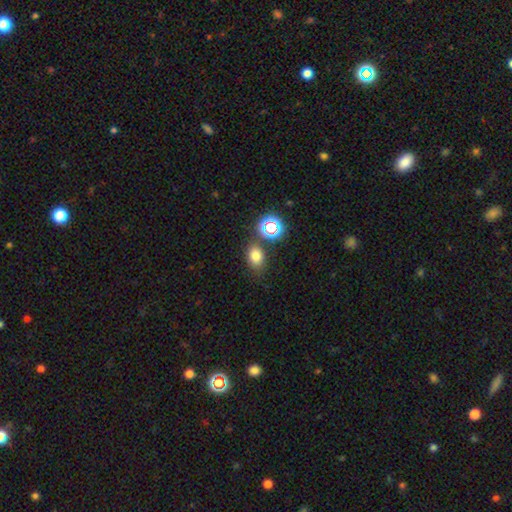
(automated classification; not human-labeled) Smooth or featured? Predicted: smooth (p=0.73). How rounded? Predicted: in between (p=0.67). Merging? Predicted: none (p=0.74).